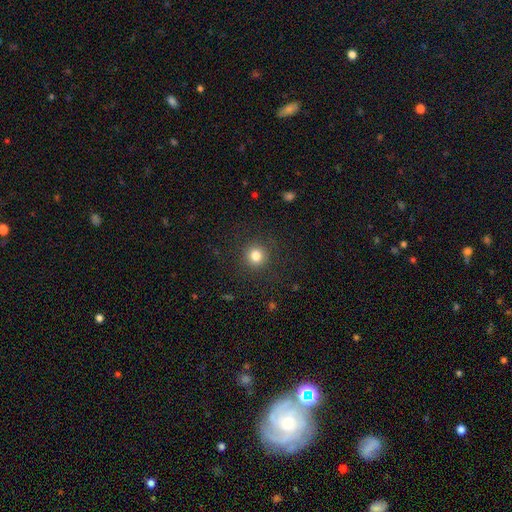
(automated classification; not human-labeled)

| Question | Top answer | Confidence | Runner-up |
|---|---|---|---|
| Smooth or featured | smooth | 81% | star or artifact (12%) |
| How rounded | round | 94% | in between (5%) |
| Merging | none | 90% | minor disturbance (6%) |